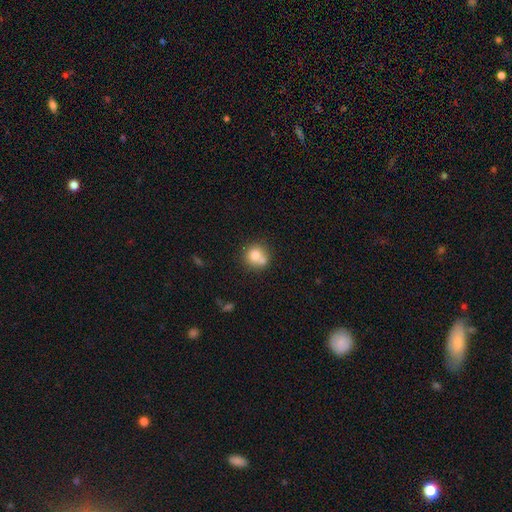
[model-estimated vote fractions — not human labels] Smooth or featured? Predicted: smooth (p=0.75). How rounded? Predicted: round (p=0.87). Merging? Predicted: none (p=0.47).